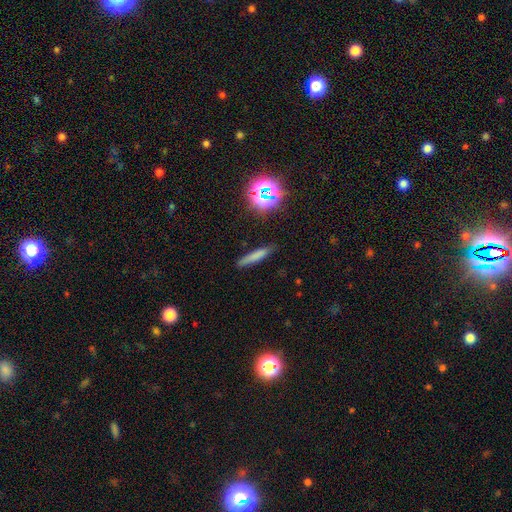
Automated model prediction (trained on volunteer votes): This is likely a smooth galaxy (71%). How rounded: clearly cigar-shaped (89%). Merging: clearly none (85%).